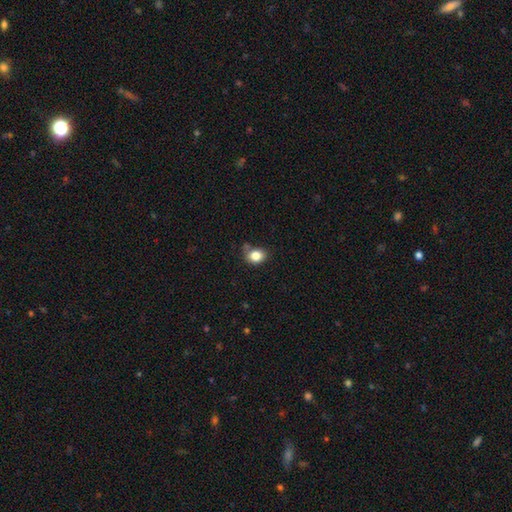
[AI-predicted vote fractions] This appears to be a smooth galaxy with no disk features (83%) that is round (52%). Merging: none (68%).